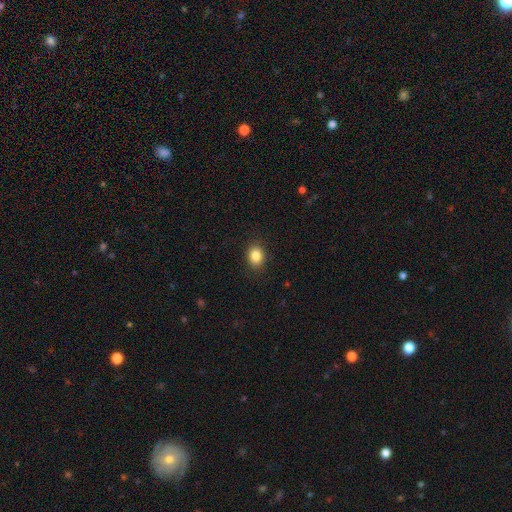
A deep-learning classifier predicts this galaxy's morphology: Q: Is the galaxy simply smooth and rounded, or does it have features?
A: smooth — 86%.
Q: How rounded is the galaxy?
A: in between — 56%.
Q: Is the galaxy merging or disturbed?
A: none — 88%.